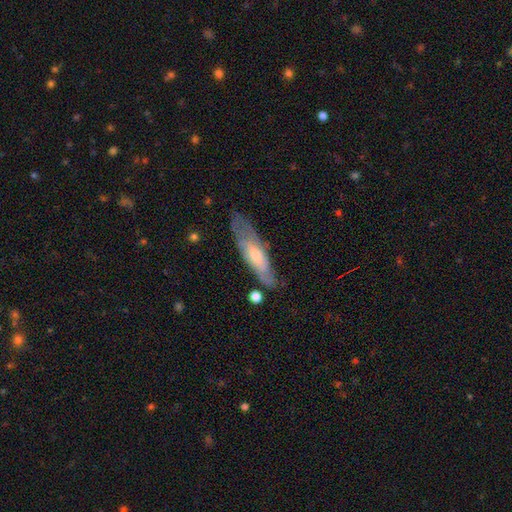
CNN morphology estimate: Overall: featured or disk (51%; smooth 43%). Edge-on disk: no (60%; yes 40%). Merging: none (61%; minor disturbance 25%).